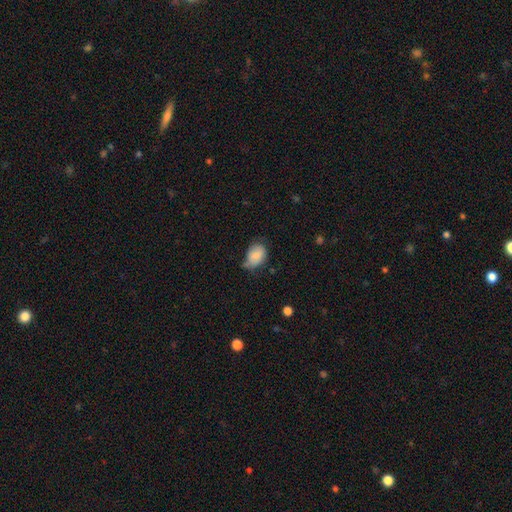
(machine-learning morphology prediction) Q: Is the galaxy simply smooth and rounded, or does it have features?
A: smooth — 81%.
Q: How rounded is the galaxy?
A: in between — 74%.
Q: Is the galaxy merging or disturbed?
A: none — 47%.